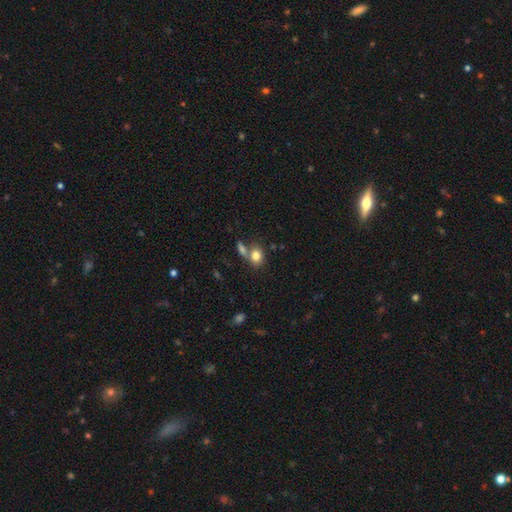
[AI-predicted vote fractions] smooth_or_featured: smooth (p=0.80) [alt: featured or disk p=0.10]
how_rounded: round (p=0.56) [alt: in between p=0.42]
merging: none (p=0.50) [alt: merger p=0.34]